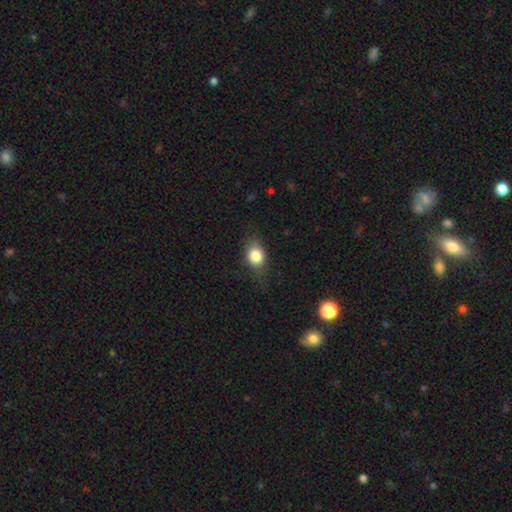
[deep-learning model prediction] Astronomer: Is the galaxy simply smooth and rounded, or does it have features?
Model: smooth — 78%.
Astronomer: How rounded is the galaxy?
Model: round — 53% (runner-up: in between, 45%).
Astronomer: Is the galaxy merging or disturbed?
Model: none — 69%.